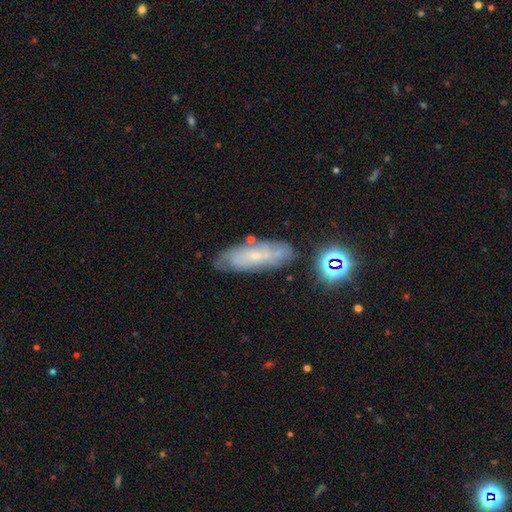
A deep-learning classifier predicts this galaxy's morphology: A featured or disk galaxy (52%). Merging: none (72%).